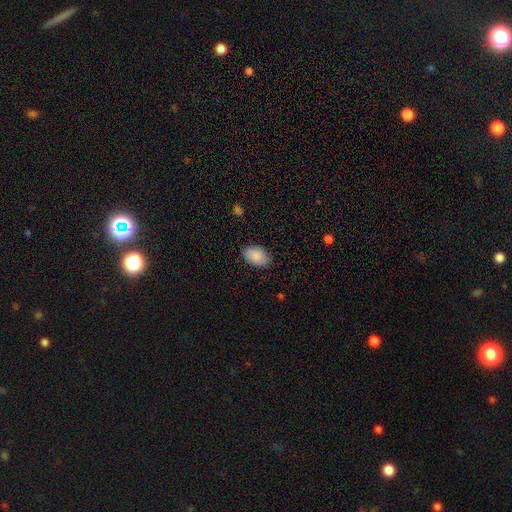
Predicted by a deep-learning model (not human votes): Smooth or featured?
  - smooth: 88% *
  - star or artifact: 7%
  - featured or disk: 5%
How rounded?
  - in between: 89% *
  - round: 10%
  - cigar-shaped: 1%
Merging?
  - none: 84% *
  - minor disturbance: 12%
  - major disturbance: 2%
  - merger: 1%